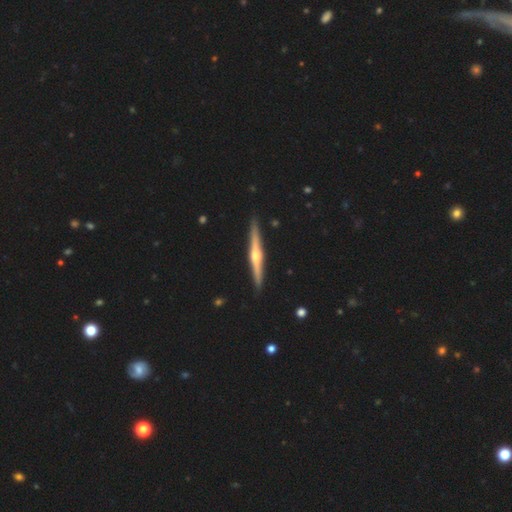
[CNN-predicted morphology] This appears to be a featured or disk galaxy (79%) viewed edge-on (98%) with a rounded central bulge (89%). Merging: none (92%).